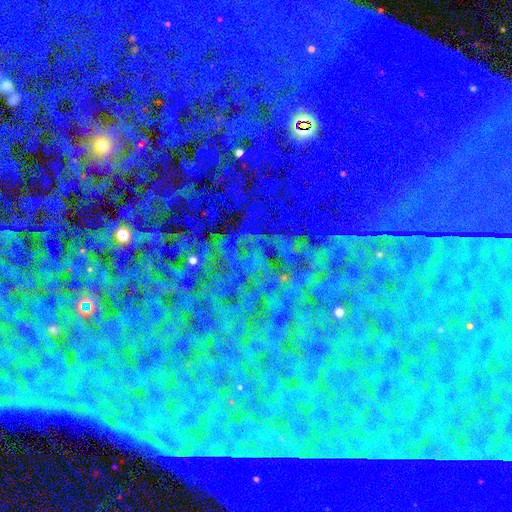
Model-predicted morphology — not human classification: Smooth or featured: star or artifact — 84% (smooth — 8%)